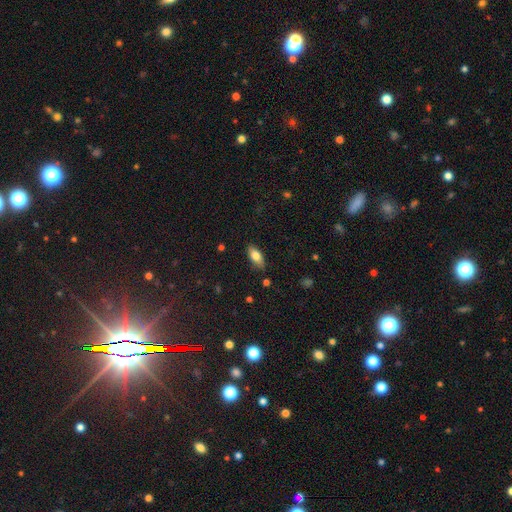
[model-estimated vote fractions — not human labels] smooth_or_featured: smooth (p=0.75) [alt: featured or disk p=0.18]
how_rounded: in between (p=0.83) [alt: cigar-shaped p=0.15]
merging: none (p=0.84) [alt: minor disturbance p=0.12]